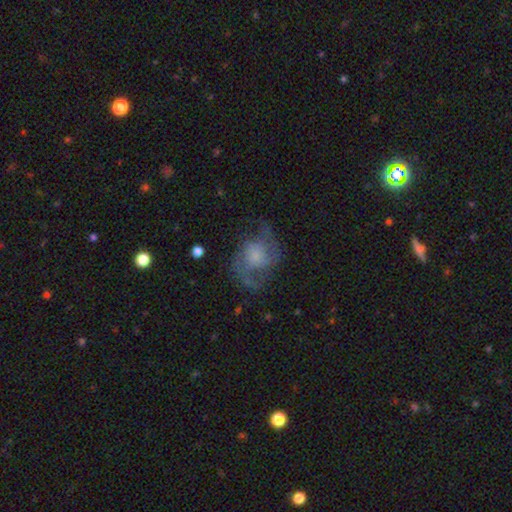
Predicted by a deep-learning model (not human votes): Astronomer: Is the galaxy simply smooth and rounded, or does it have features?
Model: featured or disk — 73%.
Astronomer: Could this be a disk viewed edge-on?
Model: no — 98%.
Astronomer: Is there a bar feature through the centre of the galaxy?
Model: no — 70%.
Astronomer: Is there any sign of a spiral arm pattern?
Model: yes — 90%.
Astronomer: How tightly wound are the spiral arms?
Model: medium — 48% (runner-up: loose, 38%).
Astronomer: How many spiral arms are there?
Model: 2 — 75%.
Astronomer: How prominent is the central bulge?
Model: none — 27% (runner-up: large, 25%).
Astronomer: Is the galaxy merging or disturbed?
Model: none — 60%.